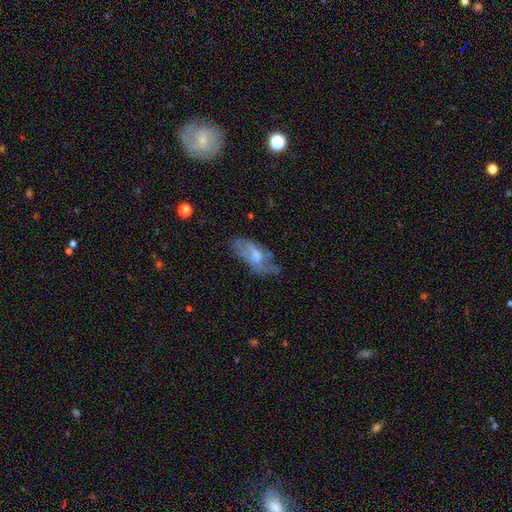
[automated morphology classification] Overall: featured or disk (54%; smooth 36%). Edge-on disk: no (85%). Merging: none (52%; minor disturbance 28%).